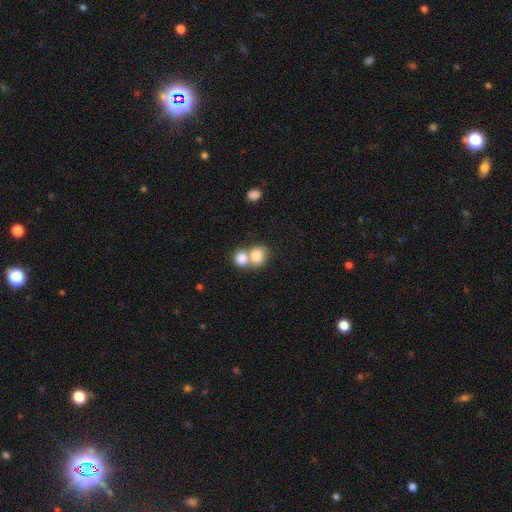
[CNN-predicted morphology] Smooth or featured: smooth — 80% (featured or disk — 11%)
How rounded: round — 66% (in between — 33%)
Merging: merger — 62% (none — 28%)